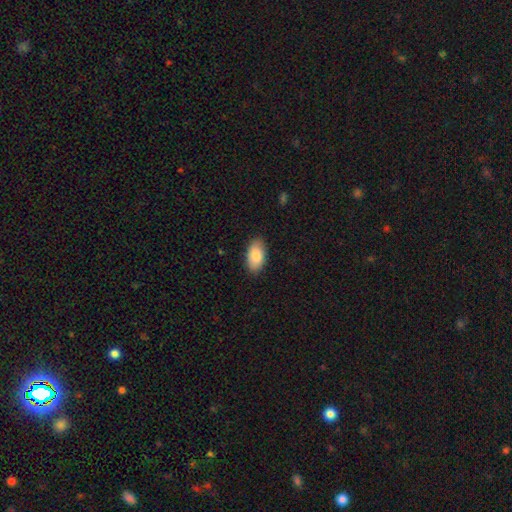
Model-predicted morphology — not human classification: smooth_or_featured: smooth (p=0.85) [alt: featured or disk p=0.08]
how_rounded: in between (p=0.95) [alt: round p=0.03]
merging: none (p=0.87) [alt: minor disturbance p=0.10]